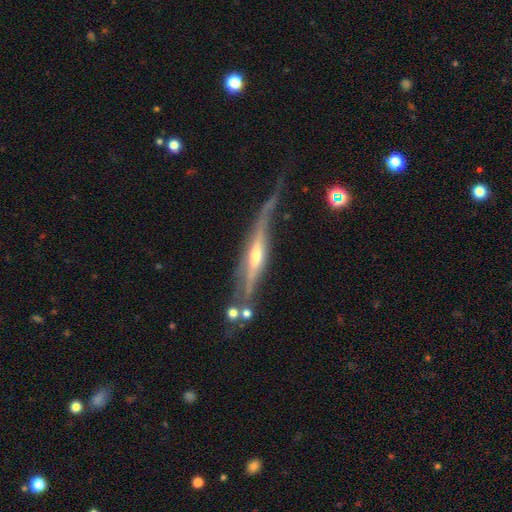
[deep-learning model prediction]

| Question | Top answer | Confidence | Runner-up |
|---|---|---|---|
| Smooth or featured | featured or disk | 82% | smooth (12%) |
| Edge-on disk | yes | 89% | no (11%) |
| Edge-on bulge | rounded | 76% | none (14%) |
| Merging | none | 50% | minor disturbance (27%) |